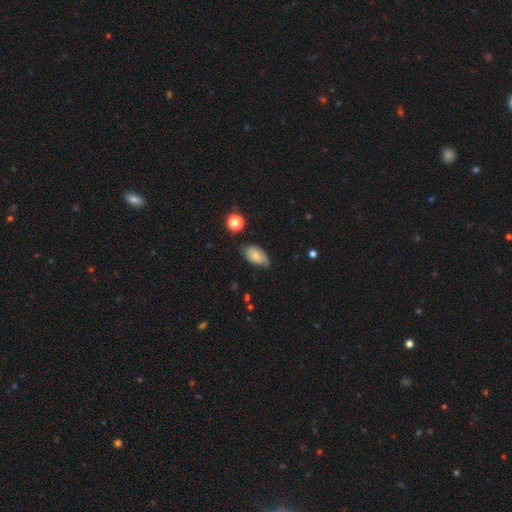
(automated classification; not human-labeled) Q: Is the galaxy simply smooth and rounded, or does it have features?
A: smooth — 71%.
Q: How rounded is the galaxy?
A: in between — 92%.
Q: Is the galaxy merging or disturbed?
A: none — 59%.